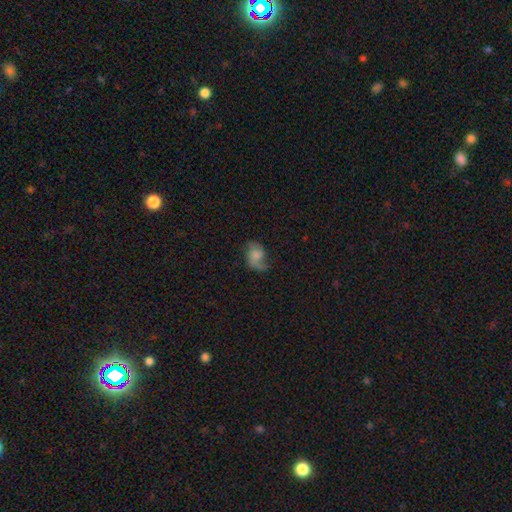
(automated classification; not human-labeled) A featured or disk galaxy (48%).

Vote fractions:
- Smooth or featured? featured or disk: 48% / smooth: 43% / star or artifact: 9%
- Merging? none: 45% / minor disturbance: 27% / major disturbance: 26% / merger: 2%